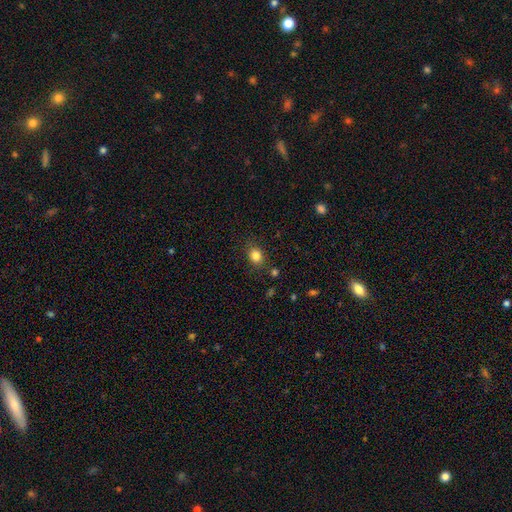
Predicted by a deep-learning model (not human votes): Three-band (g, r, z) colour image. It shows a smooth galaxy with no disk features (83%) that is round (50%). Merging: none (83%).